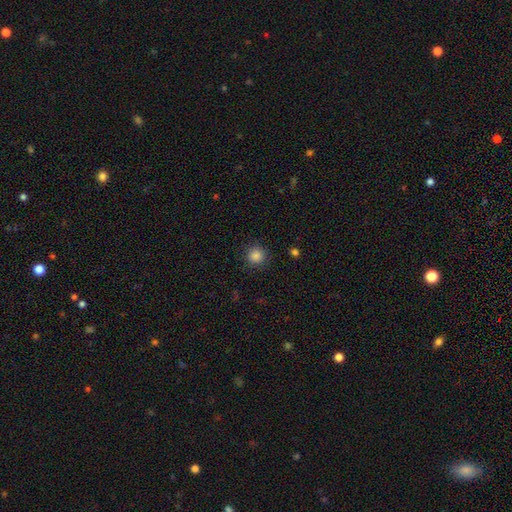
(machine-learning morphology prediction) smooth-or-featured: smooth: 85% | star or artifact: 11% | featured or disk: 4%
  how-rounded: round: 94% | in between: 5% | cigar-shaped: 1%
  merging: none: 90% | minor disturbance: 7% | major disturbance: 2% | merger: 1%